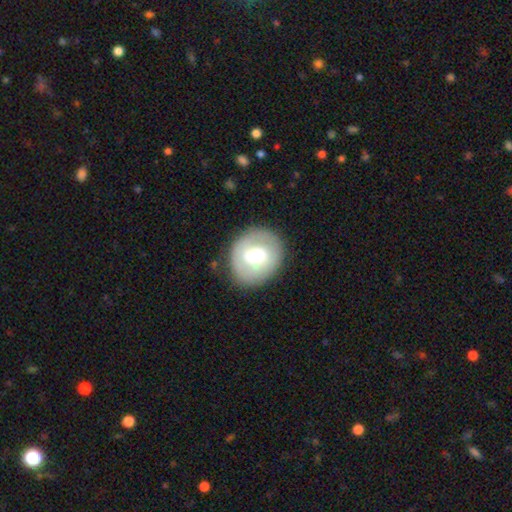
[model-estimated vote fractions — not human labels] Smooth or featured: smooth — 49% (featured or disk — 45%)
Merging: none — 82% (minor disturbance — 12%)